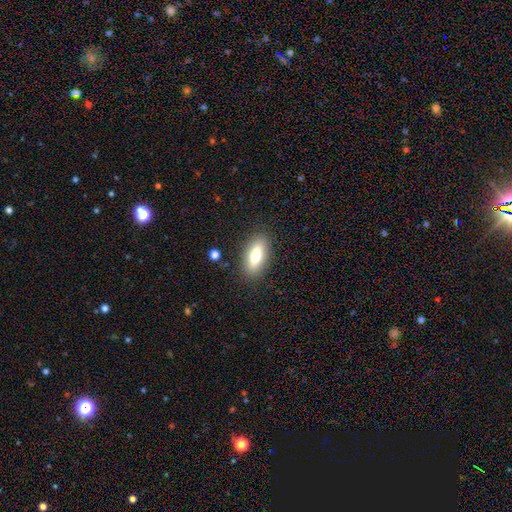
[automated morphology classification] smooth_or_featured: smooth (p=0.69) [alt: featured or disk p=0.23]
how_rounded: in between (p=0.73) [alt: cigar-shaped p=0.24]
merging: none (p=0.86) [alt: minor disturbance p=0.09]